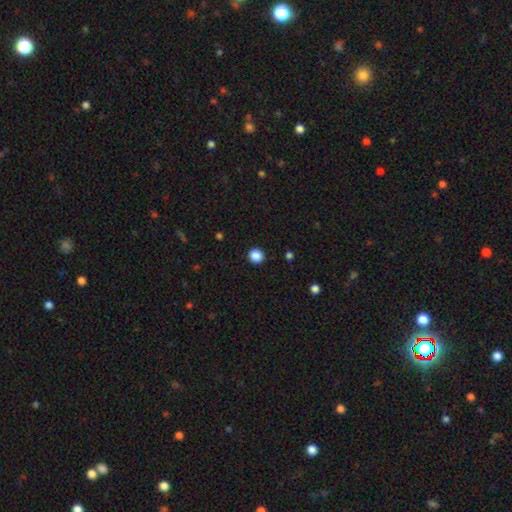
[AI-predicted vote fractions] smooth_or_featured: smooth (p=0.87) [alt: star or artifact p=0.11]
how_rounded: round (p=0.92) [alt: in between p=0.07]
merging: none (p=0.92) [alt: minor disturbance p=0.05]